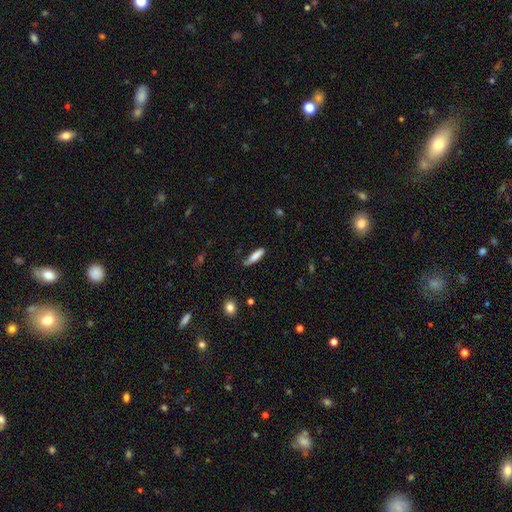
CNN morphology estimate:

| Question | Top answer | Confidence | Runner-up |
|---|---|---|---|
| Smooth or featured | smooth | 78% | featured or disk (15%) |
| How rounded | cigar-shaped | 74% | in between (25%) |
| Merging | none | 66% | minor disturbance (26%) |